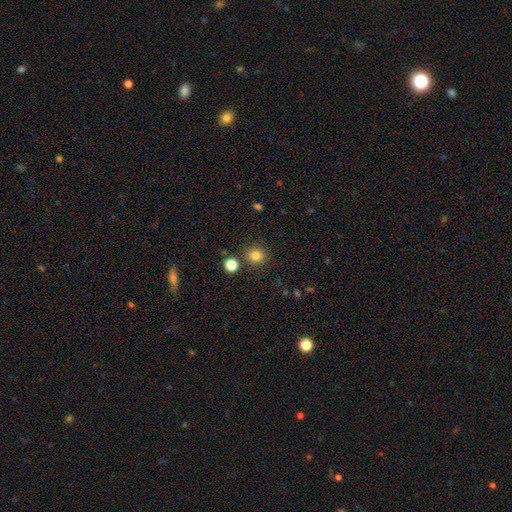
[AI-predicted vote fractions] A smooth galaxy with no disk features (82%) that is round (87%). Merging: none (84%).